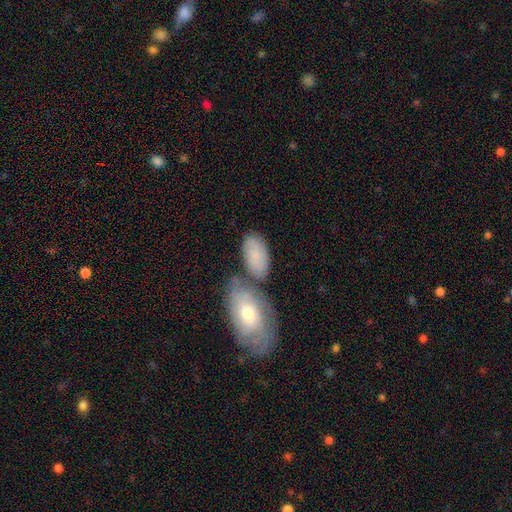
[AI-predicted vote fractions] smooth-or-featured: smooth: 70% | featured or disk: 22% | star or artifact: 7%
  how-rounded: in between: 93% | round: 4% | cigar-shaped: 3%
  merging: none: 46% | merger: 31% | minor disturbance: 17% | major disturbance: 6%